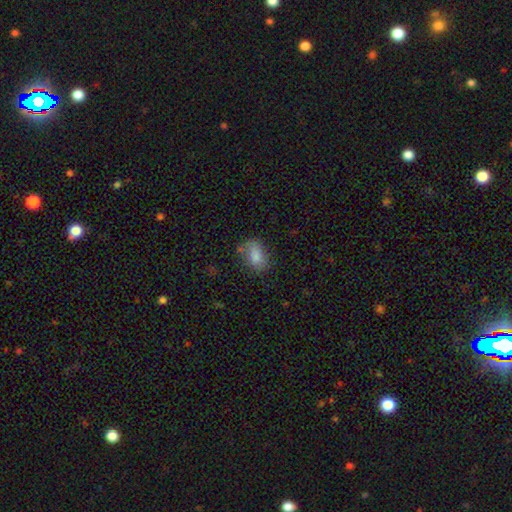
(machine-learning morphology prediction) Smooth or featured: smooth — 79% (featured or disk — 12%)
How rounded: in between — 85% (round — 13%)
Merging: none — 57% (minor disturbance — 27%)